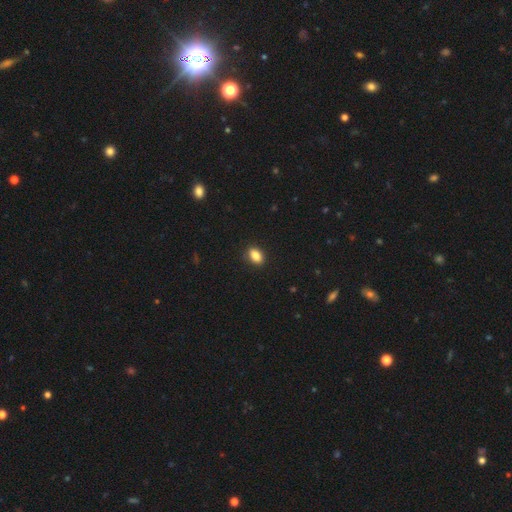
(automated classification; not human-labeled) Q: Smooth or featured?
A: smooth (87%); runner-up: star or artifact (9%)
Q: How rounded?
A: in between (84%); runner-up: round (14%)
Q: Merging?
A: none (88%); runner-up: minor disturbance (9%)